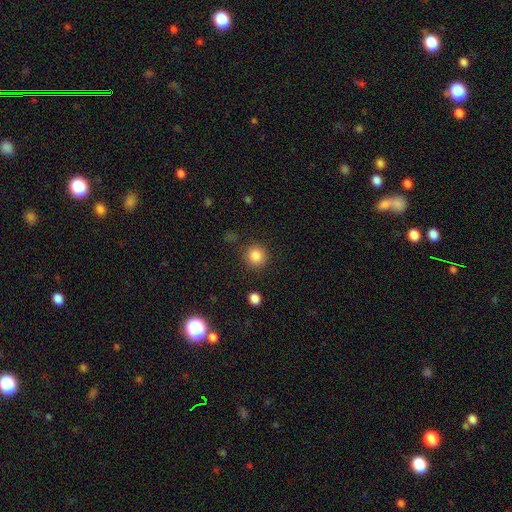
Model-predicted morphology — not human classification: smooth 85%, star or artifact 10%, featured or disk 4%. Down the decision tree: how rounded — round (93%); merging — none (88%).